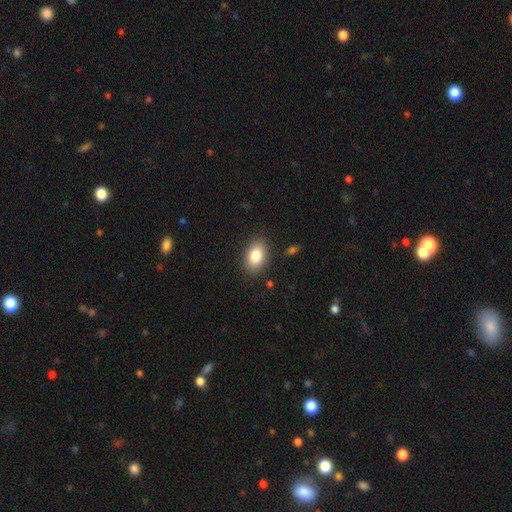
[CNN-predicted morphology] Smooth or featured: smooth — 84% (featured or disk — 8%)
How rounded: in between — 88% (round — 10%)
Merging: none — 86% (minor disturbance — 10%)